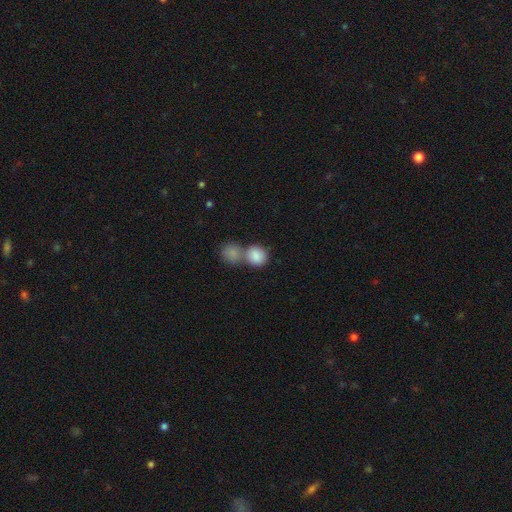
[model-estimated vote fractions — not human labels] Smooth or featured?
  - smooth: 86% *
  - star or artifact: 7%
  - featured or disk: 7%
How rounded?
  - round: 71% *
  - in between: 28%
  - cigar-shaped: 1%
Merging?
  - merger: 60% *
  - none: 31%
  - minor disturbance: 6%
  - major disturbance: 3%